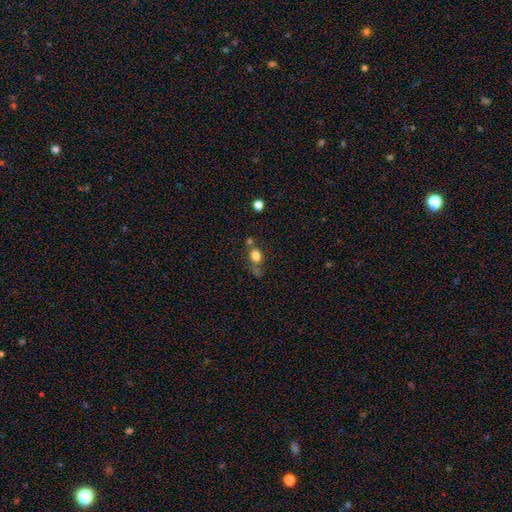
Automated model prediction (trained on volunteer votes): This appears to be a smooth galaxy with no disk features (79%) that is in between round and cigar-shaped (61%). Merging: none (45%).